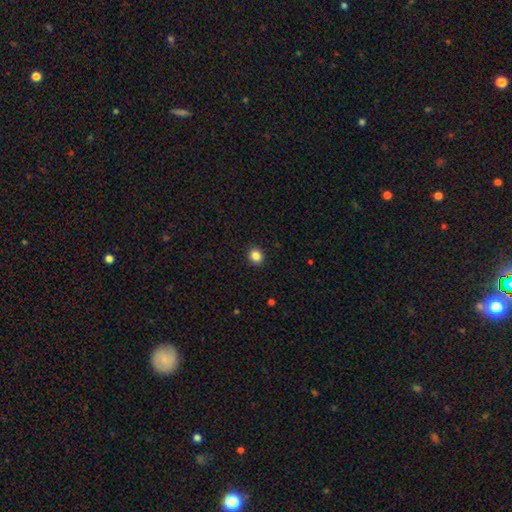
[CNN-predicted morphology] smooth_or_featured: smooth (p=0.85) [alt: star or artifact p=0.11]
how_rounded: round (p=0.81) [alt: in between p=0.18]
merging: none (p=0.91) [alt: minor disturbance p=0.06]